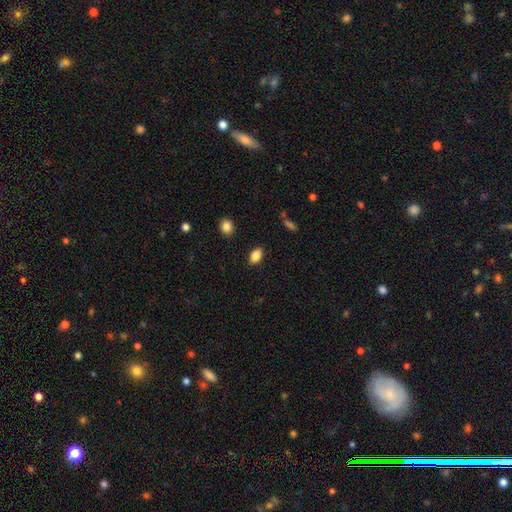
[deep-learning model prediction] smooth 85%, star or artifact 9%, featured or disk 6%. Down the decision tree: how rounded — in between (88%); merging — none (87%).